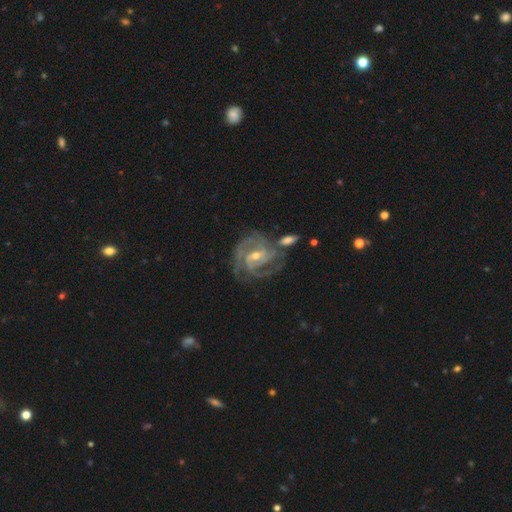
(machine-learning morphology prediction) A featured or disk galaxy (91%) with a weak bar (49%), 3 (38%) tight (63%) spiral arms (98%) and a small central bulge (52%).

Vote fractions:
- Smooth or featured? featured or disk: 91% / star or artifact: 5% / smooth: 4%
- Edge-on disk? no: 98% / yes: 2%
- Bar? weak: 49% / no: 29% / strong: 22%
- Spiral arms? yes: 98% / no: 2%
- Spiral winding? tight: 63% / medium: 32% / loose: 5%
- Spiral arm count? 3: 38% / 2: 24% / can't tell: 15% / 4: 13% / more than 4: 5% / 1: 5%
- Bulge size? small: 52% / moderate: 45% / large: 1% / none: 1% / dominant: 1%
- Merging? none: 62% / minor disturbance: 18% / merger: 12% / major disturbance: 8%